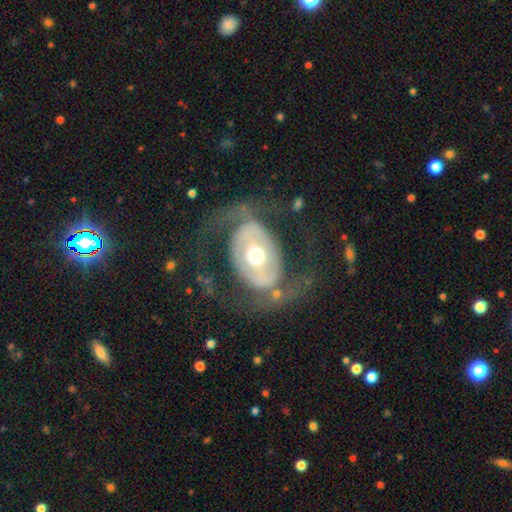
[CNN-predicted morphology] Smooth or featured?
  - featured or disk: 73% *
  - smooth: 22%
  - star or artifact: 5%
Edge-on disk?
  - no: 94% *
  - yes: 6%
Bar?
  - no: 53% *
  - strong: 24%
  - weak: 23%
Spiral arms?
  - no: 55% *
  - yes: 45%
Bulge size?
  - moderate: 69% *
  - large: 18%
  - small: 9%
  - dominant: 2%
  - none: 1%
Merging?
  - none: 64% *
  - major disturbance: 20%
  - minor disturbance: 14%
  - merger: 2%